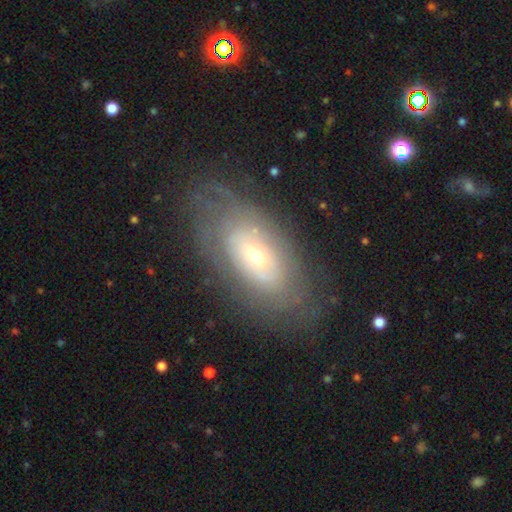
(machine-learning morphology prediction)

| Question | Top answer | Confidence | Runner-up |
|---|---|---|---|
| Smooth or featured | featured or disk | 67% | smooth (25%) |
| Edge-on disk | no | 89% | yes (11%) |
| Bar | no | 78% | weak (16%) |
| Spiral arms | yes | 61% | no (39%) |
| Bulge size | small | 55% | moderate (39%) |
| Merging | none | 75% | minor disturbance (15%) |